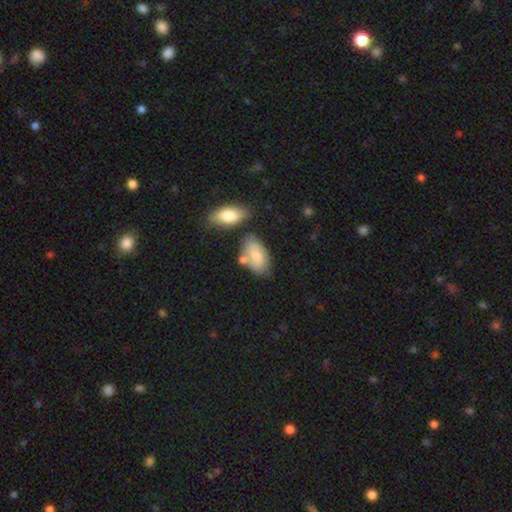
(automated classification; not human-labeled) Smooth or featured? smooth (68%)
How rounded? in between (93%)
Merging? none (55%)